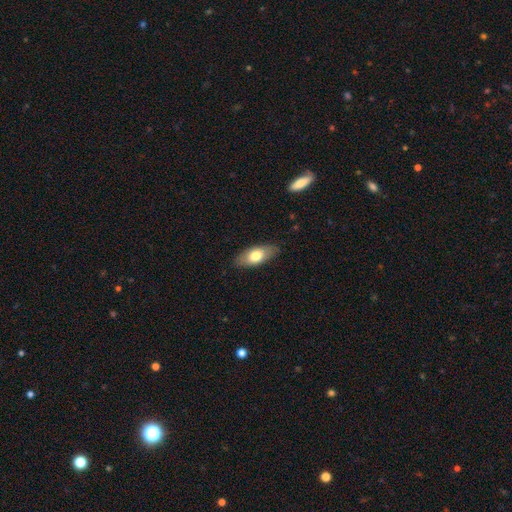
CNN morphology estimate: A smooth galaxy with no disk features (72%) that is in between round and cigar-shaped (85%).

Vote fractions:
- Smooth or featured? smooth: 72% / featured or disk: 22% / star or artifact: 6%
- How rounded? in between: 85% / cigar-shaped: 12% / round: 3%
- Merging? none: 84% / minor disturbance: 12% / major disturbance: 3% / merger: 1%